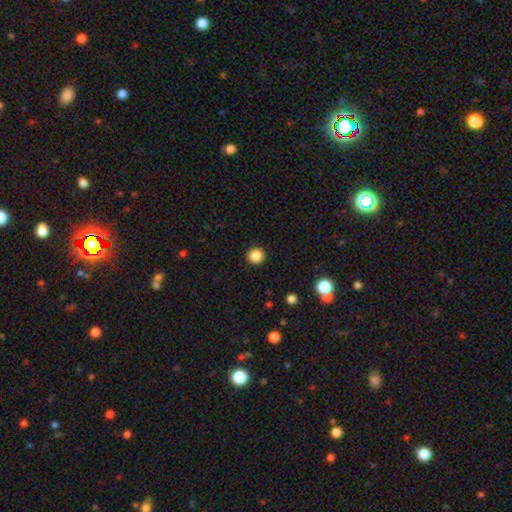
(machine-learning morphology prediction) Smooth or featured: smooth — 86% (star or artifact — 11%)
How rounded: round — 95% (in between — 4%)
Merging: none — 93% (minor disturbance — 4%)